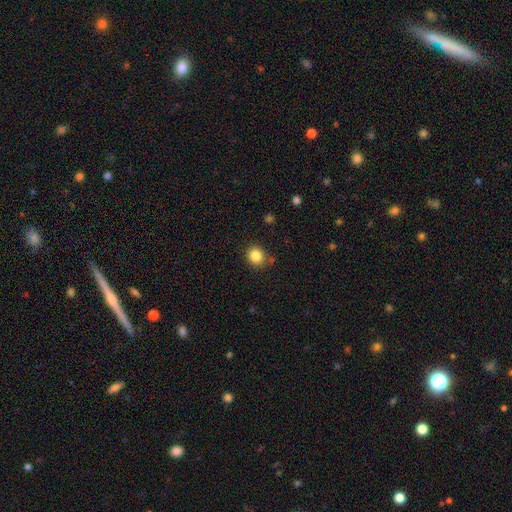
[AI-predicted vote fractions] Smooth or featured?
  - smooth: 84% *
  - star or artifact: 11%
  - featured or disk: 5%
How rounded?
  - round: 83% *
  - in between: 16%
  - cigar-shaped: 1%
Merging?
  - none: 84% *
  - minor disturbance: 10%
  - merger: 4%
  - major disturbance: 3%